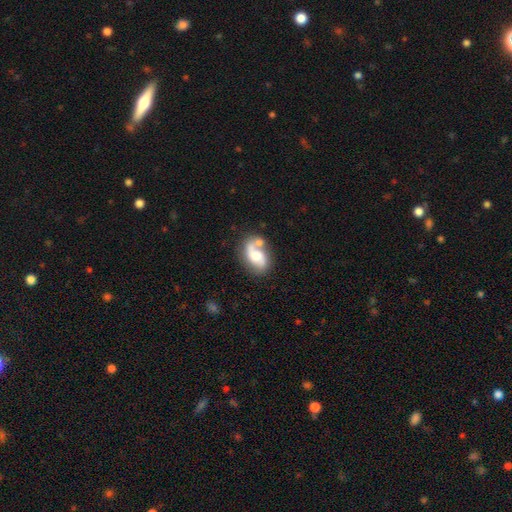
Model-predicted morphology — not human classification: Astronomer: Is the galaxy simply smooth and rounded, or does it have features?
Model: featured or disk — 62%.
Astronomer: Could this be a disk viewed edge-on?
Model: no — 96%.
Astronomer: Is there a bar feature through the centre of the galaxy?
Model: no — 60%.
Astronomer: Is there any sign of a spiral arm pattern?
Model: yes — 83%.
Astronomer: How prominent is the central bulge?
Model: moderate — 52%.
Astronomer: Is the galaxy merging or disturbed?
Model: none — 45% (runner-up: merger, 27%).